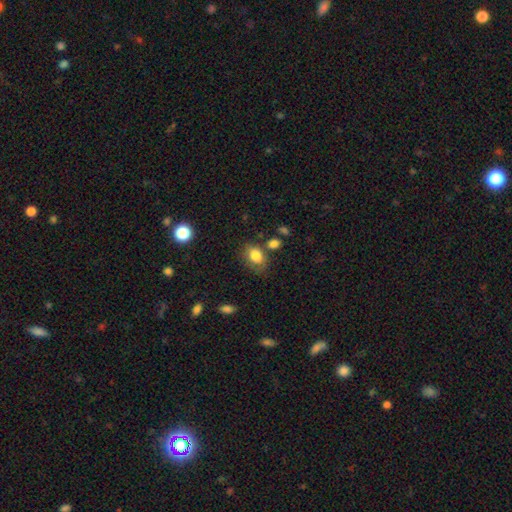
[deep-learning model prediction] Q: Smooth or featured?
A: smooth (82%); runner-up: star or artifact (9%)
Q: How rounded?
A: in between (75%); runner-up: round (24%)
Q: Merging?
A: none (63%); runner-up: minor disturbance (21%)